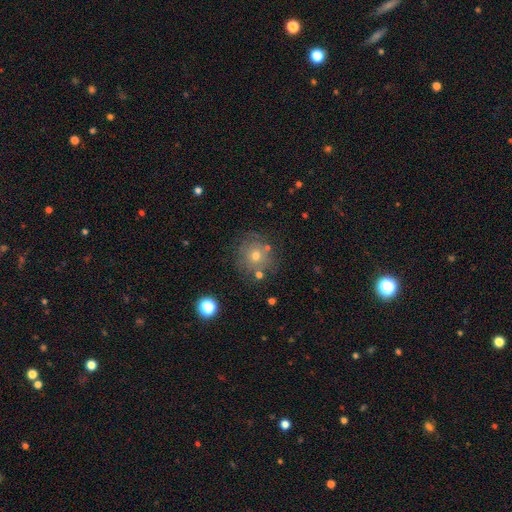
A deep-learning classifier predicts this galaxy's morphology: type=smooth (64%); roundness=round (91%); merging=none (75%).